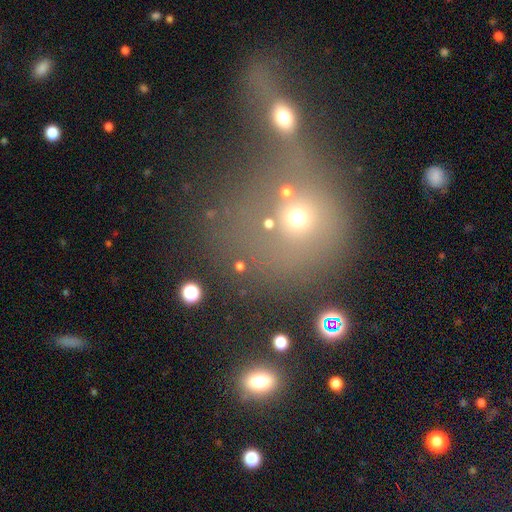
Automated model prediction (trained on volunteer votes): A smooth galaxy with no disk features (49%).

Vote fractions:
- Smooth or featured? smooth: 49% / star or artifact: 34% / featured or disk: 18%
- Merging? merger: 60% / none: 24% / major disturbance: 10% / minor disturbance: 7%